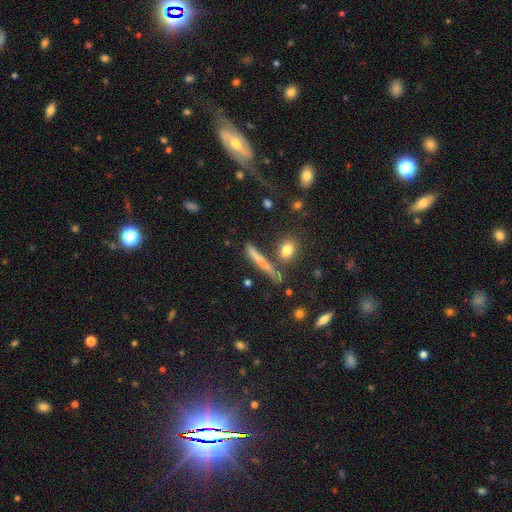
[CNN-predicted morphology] Smooth or featured? smooth (56%)
How rounded? cigar-shaped (90%)
Merging? none (70%)